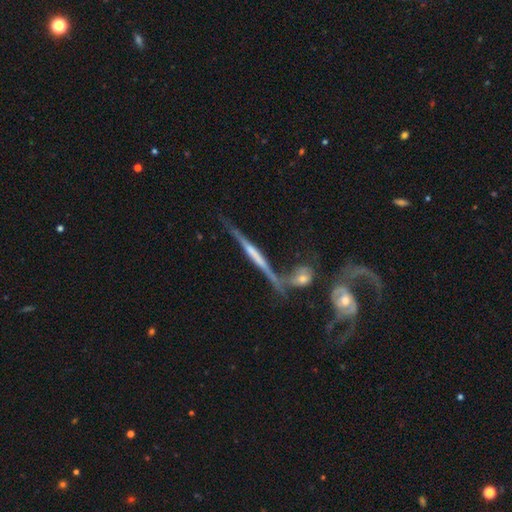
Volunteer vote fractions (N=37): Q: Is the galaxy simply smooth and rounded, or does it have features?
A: featured or disk — 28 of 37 (76%).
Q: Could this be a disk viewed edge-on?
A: yes — 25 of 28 (89%).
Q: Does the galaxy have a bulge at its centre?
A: boxy — 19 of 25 (76%).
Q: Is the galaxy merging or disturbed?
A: none — 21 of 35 (60%).